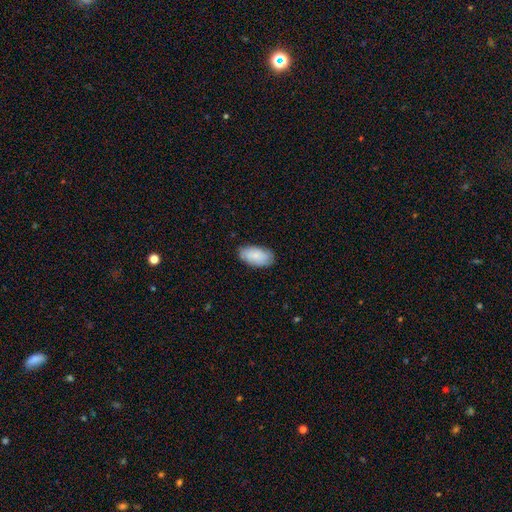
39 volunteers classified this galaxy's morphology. type=smooth (74%); roundness=in between (90%); merging=none (79%).